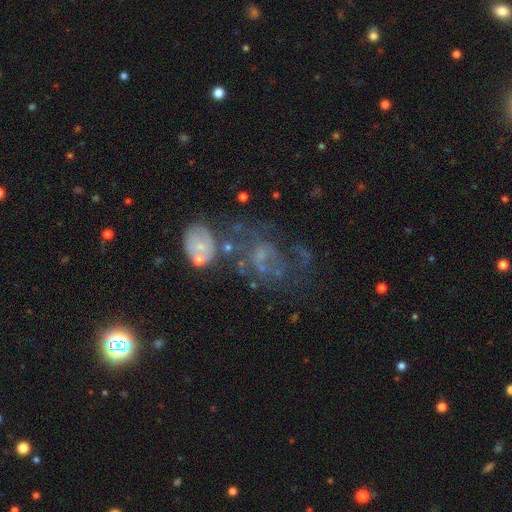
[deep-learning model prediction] Morphology: type=featured or disk (61%); edge-on=no (96%); bar=no (61%); spiral arms=yes (68%); bulge=small (54%); merging=none (43%).